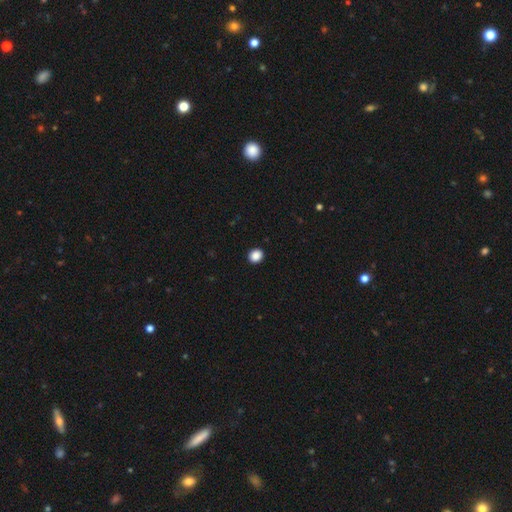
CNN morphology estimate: A smooth galaxy with no disk features (89%) that is round (72%).

Vote fractions:
- Smooth or featured? smooth: 89% / star or artifact: 9% / featured or disk: 2%
- How rounded? round: 72% / in between: 27% / cigar-shaped: 1%
- Merging? none: 92% / minor disturbance: 5% / major disturbance: 1% / merger: 1%